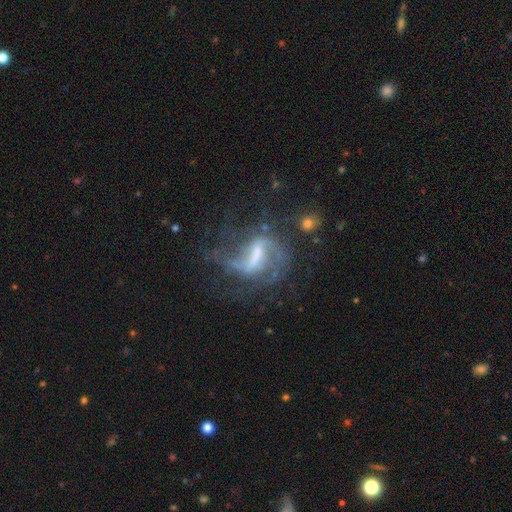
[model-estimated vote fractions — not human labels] Morphology: type=featured or disk (83%); edge-on=no (96%); bar=strong (53%); spiral arms=yes (90%); winding=loose (49%); arm count=2 (69%); bulge=small (35%); merging=none (46%).